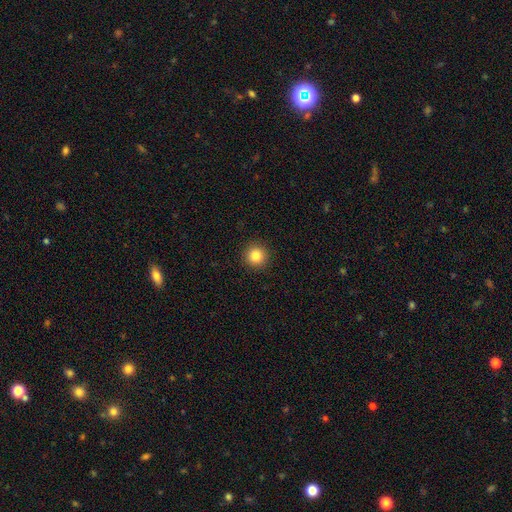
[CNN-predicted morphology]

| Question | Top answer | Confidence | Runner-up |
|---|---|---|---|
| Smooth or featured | smooth | 84% | star or artifact (11%) |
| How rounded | round | 95% | in between (4%) |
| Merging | none | 93% | minor disturbance (5%) |